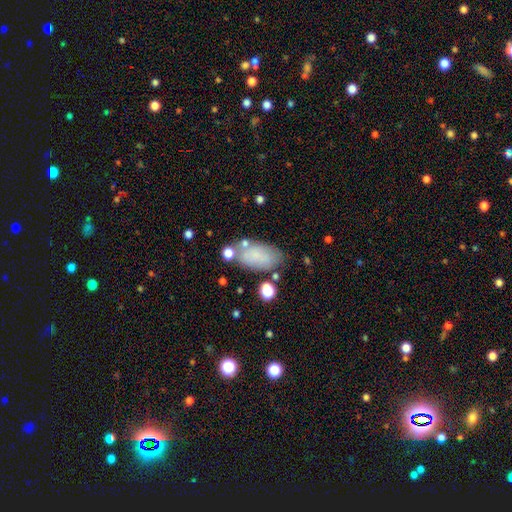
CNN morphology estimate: A smooth galaxy with no disk features (73%) that is in between round and cigar-shaped (92%).

Vote fractions:
- Smooth or featured? smooth: 73% / featured or disk: 18% / star or artifact: 10%
- How rounded? in between: 92% / round: 5% / cigar-shaped: 3%
- Merging? none: 63% / minor disturbance: 19% / merger: 10% / major disturbance: 7%